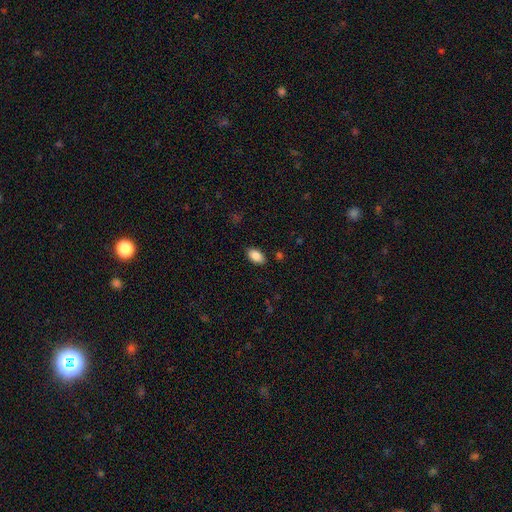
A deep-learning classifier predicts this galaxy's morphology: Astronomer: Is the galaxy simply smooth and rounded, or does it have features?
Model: smooth — 88%.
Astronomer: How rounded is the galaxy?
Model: in between — 94%.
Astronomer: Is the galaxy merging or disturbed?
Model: none — 87%.